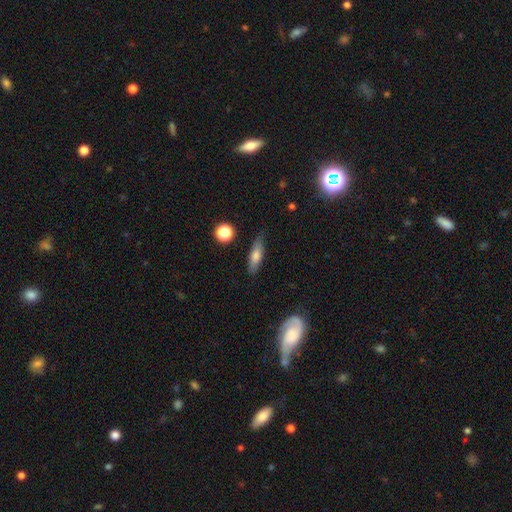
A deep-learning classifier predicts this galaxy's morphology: This appears to be a smooth galaxy with no disk features (67%) that is cigar-shaped (52%). Merging: none (80%).